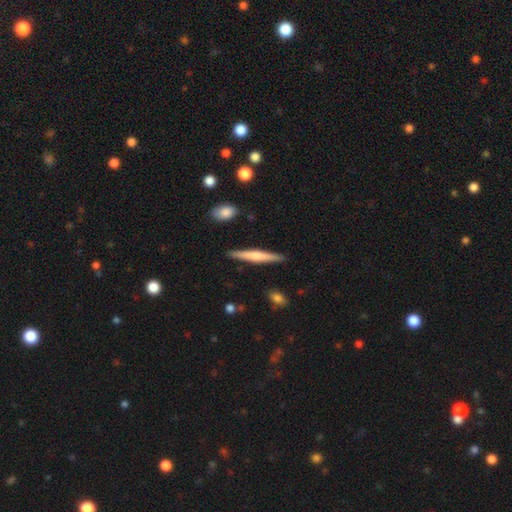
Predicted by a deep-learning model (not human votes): A smooth galaxy with no disk features (48%).

Vote fractions:
- Smooth or featured? smooth: 48% / featured or disk: 46% / star or artifact: 6%
- Merging? none: 90% / minor disturbance: 7% / major disturbance: 2% / merger: 1%